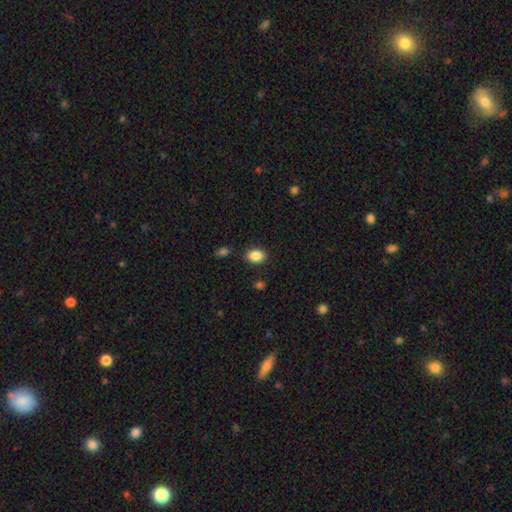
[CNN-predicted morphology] smooth_or_featured: smooth (p=0.87) [alt: star or artifact p=0.09]
how_rounded: in between (p=0.65) [alt: round p=0.34]
merging: none (p=0.86) [alt: minor disturbance p=0.09]